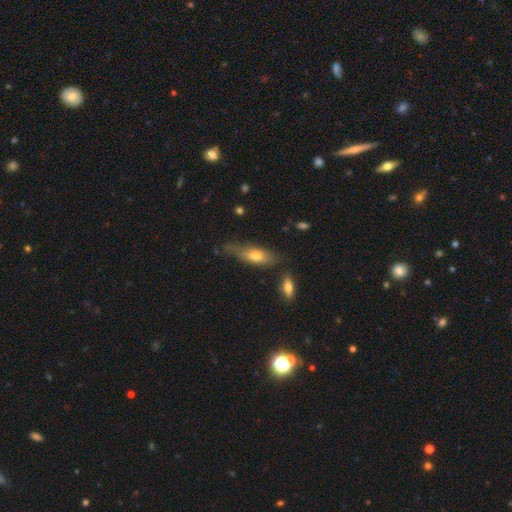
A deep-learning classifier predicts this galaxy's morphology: This is likely a smooth galaxy (64%). How rounded: possibly in between (57%). Merging: possibly none (52%).